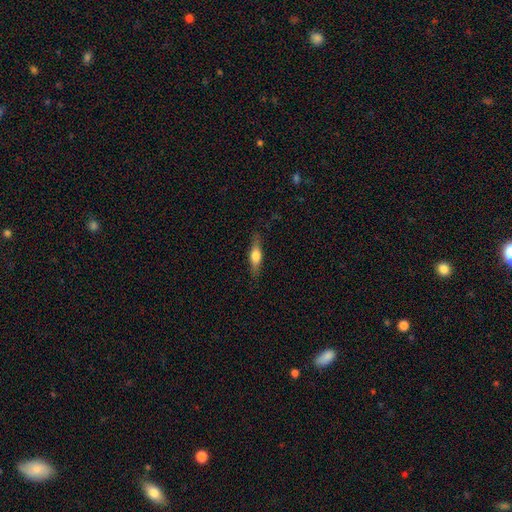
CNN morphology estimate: This is possibly a smooth galaxy (52%). How rounded: likely cigar-shaped (64%). Merging: clearly none (84%).